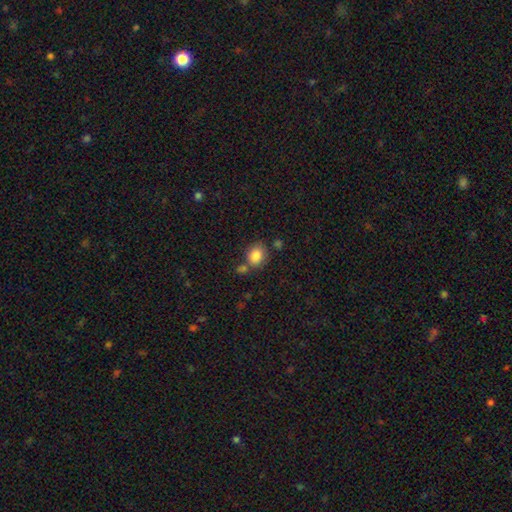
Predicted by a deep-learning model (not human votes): A smooth galaxy with no disk features (86%) that is round (53%).

Vote fractions:
- Smooth or featured? smooth: 86% / star or artifact: 9% / featured or disk: 5%
- How rounded? round: 53% / in between: 46% / cigar-shaped: 1%
- Merging? none: 64% / merger: 16% / minor disturbance: 15% / major disturbance: 5%